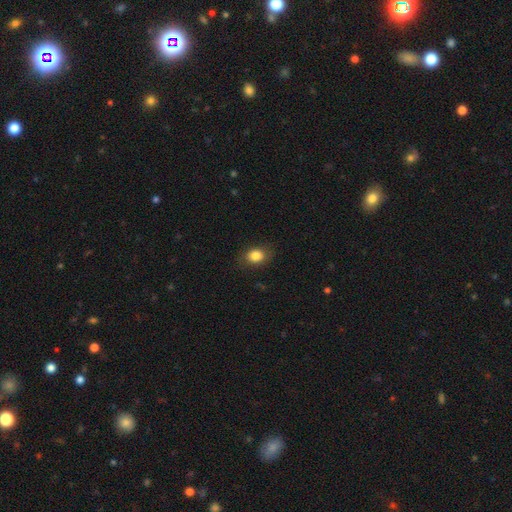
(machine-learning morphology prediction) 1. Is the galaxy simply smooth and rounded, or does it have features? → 84% smooth, 9% star or artifact, 6% featured or disk.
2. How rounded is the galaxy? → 55% in between, 43% round, 1% cigar-shaped.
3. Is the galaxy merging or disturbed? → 81% none, 14% minor disturbance, 4% major disturbance, 1% merger.